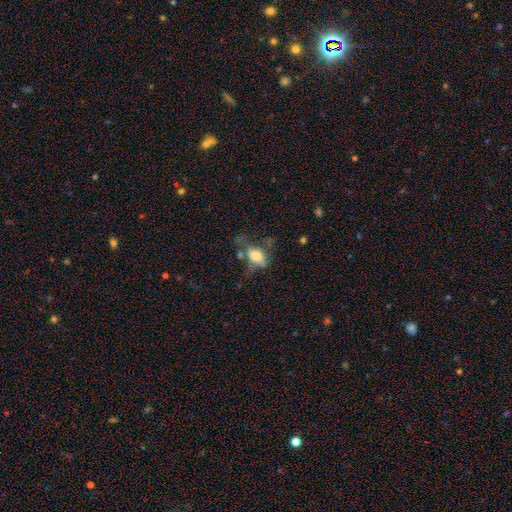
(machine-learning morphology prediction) A smooth galaxy with no disk features (66%) that is in between round and cigar-shaped (80%). Merging: major disturbance (33%).